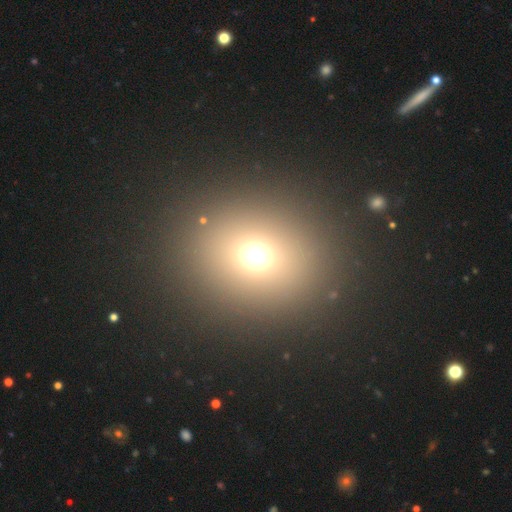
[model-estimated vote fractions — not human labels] This appears to be a smooth galaxy with no disk features (67%) that is round (71%). Merging: none (89%).